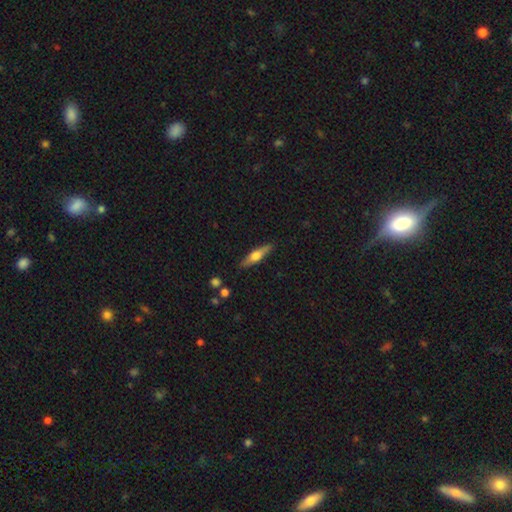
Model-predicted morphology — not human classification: Smooth or featured?
  - featured or disk: 48% *
  - smooth: 46%
  - star or artifact: 6%
Merging?
  - none: 87% *
  - minor disturbance: 10%
  - major disturbance: 2%
  - merger: 2%